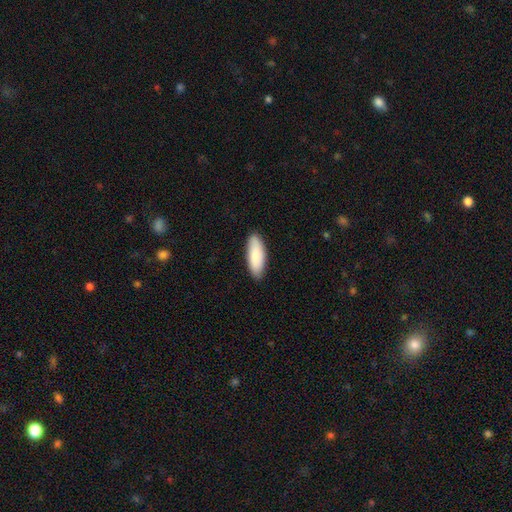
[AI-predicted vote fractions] A smooth galaxy with no disk features (85%) that is in between round and cigar-shaped (68%).

Vote fractions:
- Smooth or featured? smooth: 85% / featured or disk: 9% / star or artifact: 5%
- How rounded? in between: 68% / cigar-shaped: 30% / round: 2%
- Merging? none: 87% / minor disturbance: 10% / major disturbance: 2% / merger: 1%